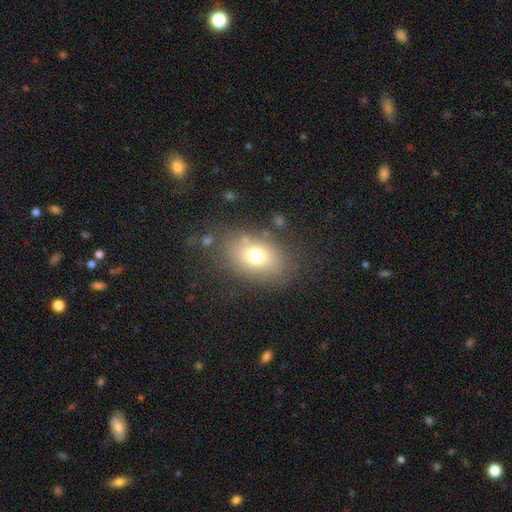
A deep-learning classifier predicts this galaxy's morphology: Q: Smooth or featured?
A: smooth (72%); runner-up: featured or disk (16%)
Q: How rounded?
A: in between (75%); runner-up: round (24%)
Q: Merging?
A: none (75%); runner-up: minor disturbance (14%)